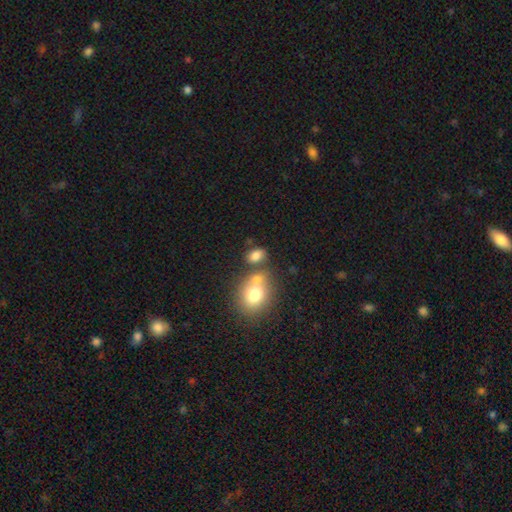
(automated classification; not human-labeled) Smooth or featured: smooth — 79% (star or artifact — 12%)
How rounded: in between — 69% (round — 29%)
Merging: none — 52% (merger — 29%)